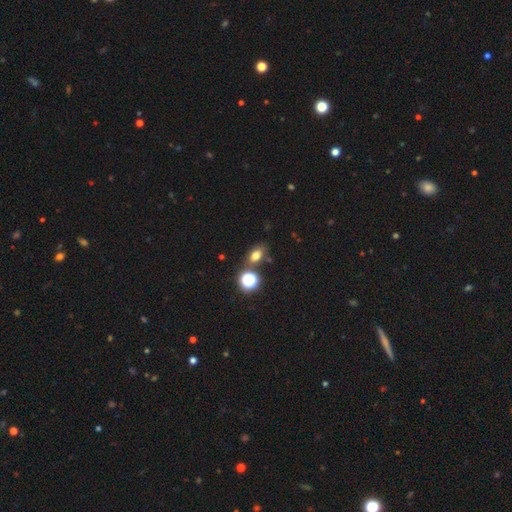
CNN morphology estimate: Q: Smooth or featured?
A: smooth (71%); runner-up: star or artifact (19%)
Q: How rounded?
A: in between (72%); runner-up: round (26%)
Q: Merging?
A: none (71%); runner-up: minor disturbance (13%)